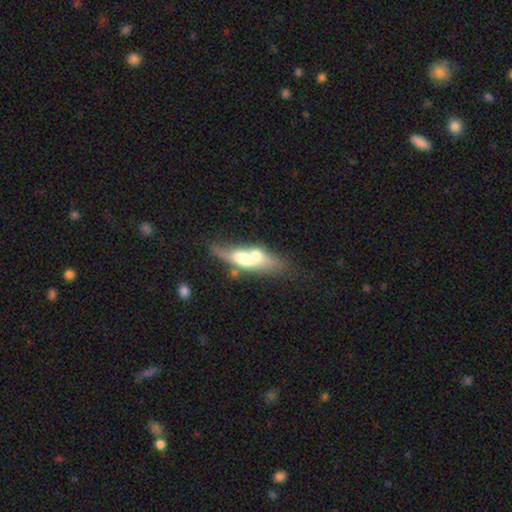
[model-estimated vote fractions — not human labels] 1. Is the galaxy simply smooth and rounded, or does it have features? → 47% smooth, 45% featured or disk, 7% star or artifact.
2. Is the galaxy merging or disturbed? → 53% merger, 26% none, 12% minor disturbance, 9% major disturbance.